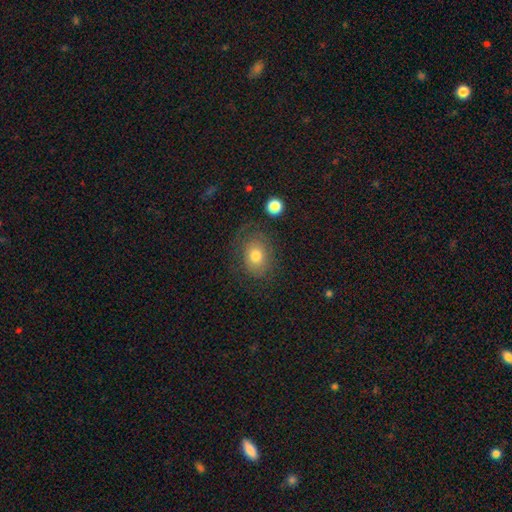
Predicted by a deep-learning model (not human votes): Smooth or featured? smooth (69%)
How rounded? in between (57%)
Merging? none (67%)